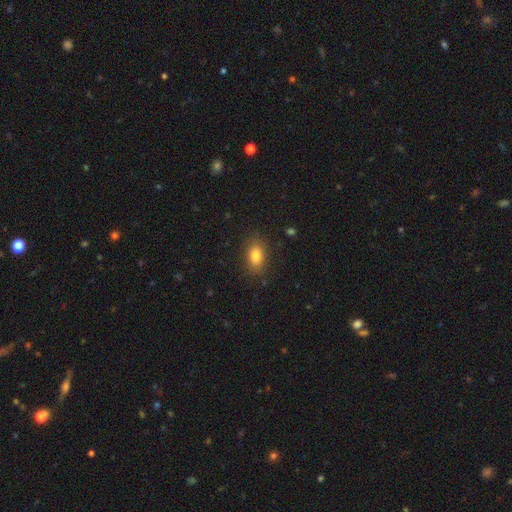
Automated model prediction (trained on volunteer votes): Morphology: type=smooth (83%); roundness=in between (86%); merging=none (85%).